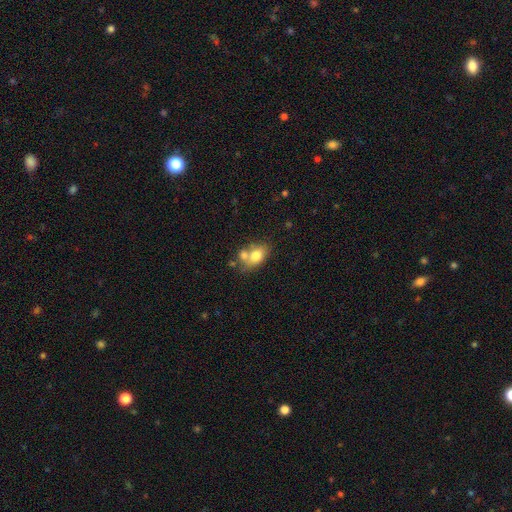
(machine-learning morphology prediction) type=smooth (74%); roundness=in between (74%); merging=none (44%).